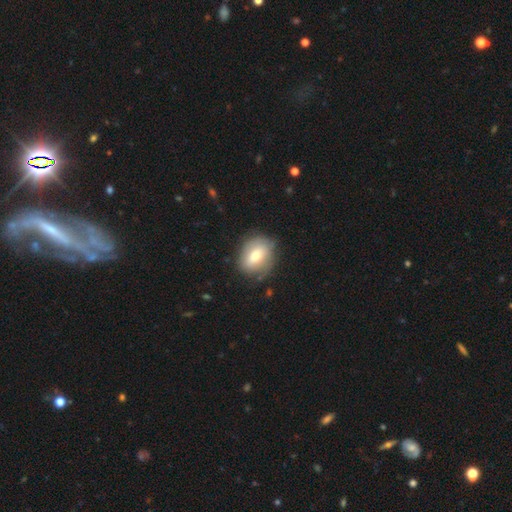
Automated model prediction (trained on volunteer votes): Smooth or featured: smooth — 68% (featured or disk — 24%)
How rounded: in between — 54% (round — 44%)
Merging: none — 78% (minor disturbance — 16%)